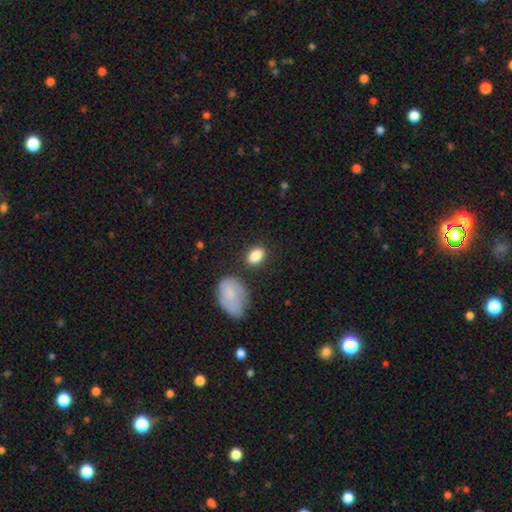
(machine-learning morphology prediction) A smooth galaxy with no disk features (86%) that is in between round and cigar-shaped (82%). Merging: none (76%).